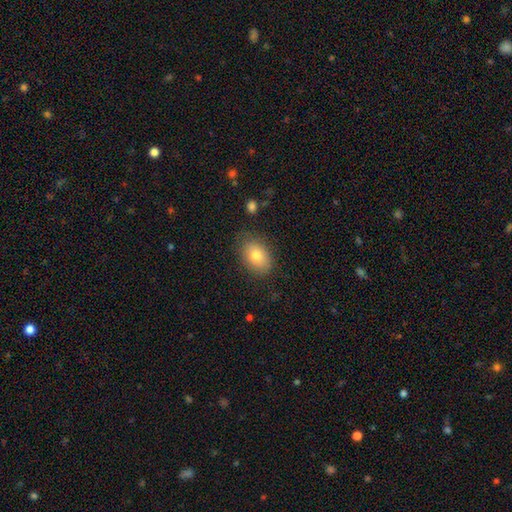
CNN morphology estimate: smooth_or_featured: smooth (p=0.78) [alt: featured or disk p=0.13]
how_rounded: in between (p=0.77) [alt: round p=0.22]
merging: none (p=0.81) [alt: minor disturbance p=0.14]